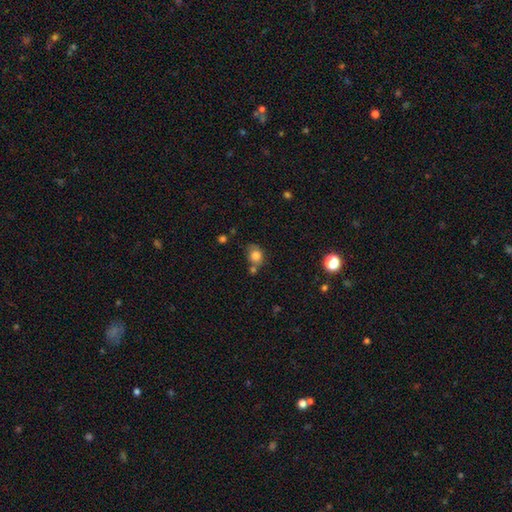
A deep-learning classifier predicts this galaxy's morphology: Smooth or featured? Predicted: smooth (p=0.80). How rounded? Predicted: round (p=0.63). Merging? Predicted: none (p=0.54).